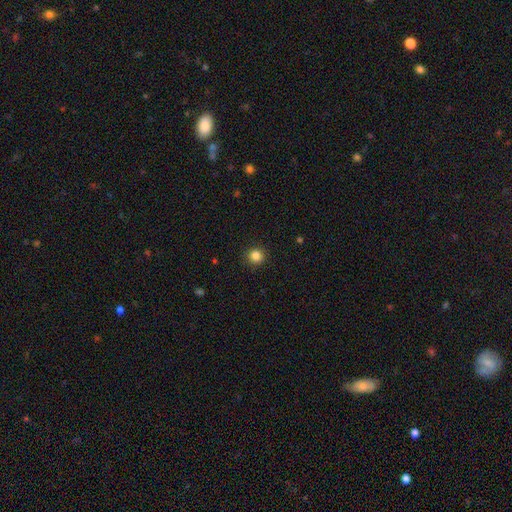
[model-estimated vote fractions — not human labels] Q: Smooth or featured?
A: smooth (84%); runner-up: star or artifact (11%)
Q: How rounded?
A: round (93%); runner-up: in between (6%)
Q: Merging?
A: none (91%); runner-up: minor disturbance (6%)